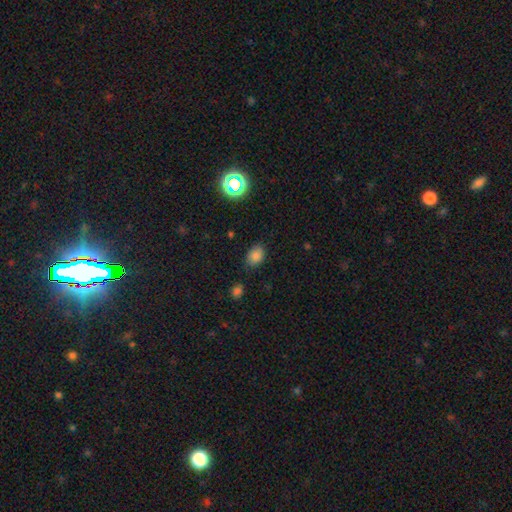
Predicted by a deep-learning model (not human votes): This is clearly a smooth galaxy (80%). How rounded: likely in between (78%). Merging: likely none (79%).